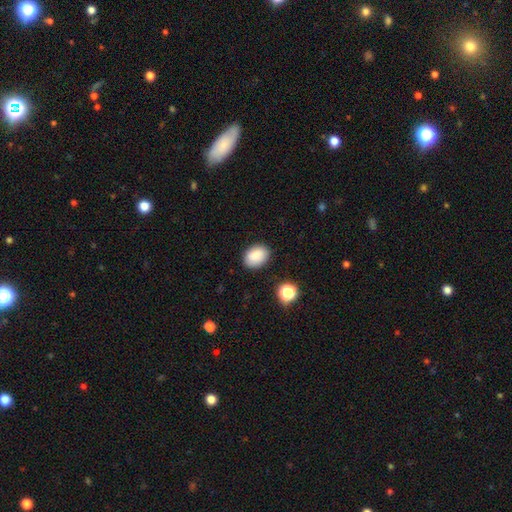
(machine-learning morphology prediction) smooth_or_featured: smooth (p=0.86) [alt: star or artifact p=0.09]
how_rounded: in between (p=0.74) [alt: round p=0.25]
merging: none (p=0.85) [alt: minor disturbance p=0.11]